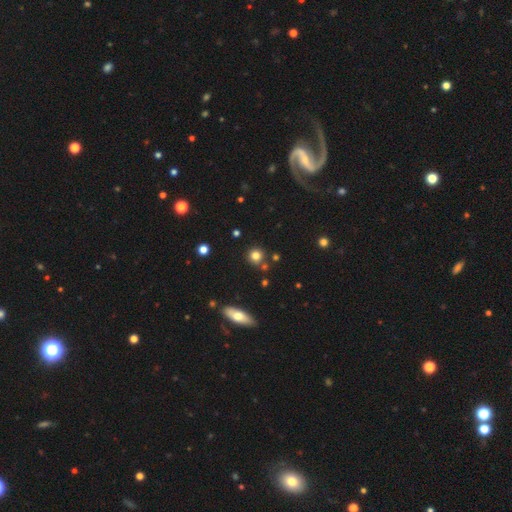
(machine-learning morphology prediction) smooth_or_featured: smooth (p=0.80) [alt: star or artifact p=0.13]
how_rounded: round (p=0.91) [alt: in between p=0.08]
merging: none (p=0.81) [alt: minor disturbance p=0.08]